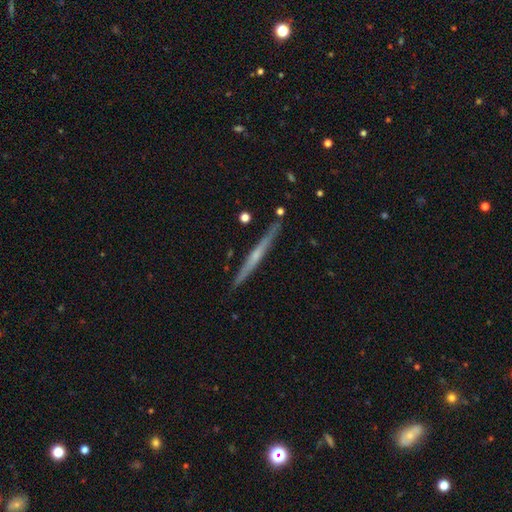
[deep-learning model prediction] smooth-or-featured: featured or disk: 65% | smooth: 30% | star or artifact: 5%
  disk-edge-on: yes: 98% | no: 2%
    edge-on-bulge: none: 57% | rounded: 37% | boxy: 6%
  merging: none: 89% | minor disturbance: 7% | merger: 2% | major disturbance: 1%